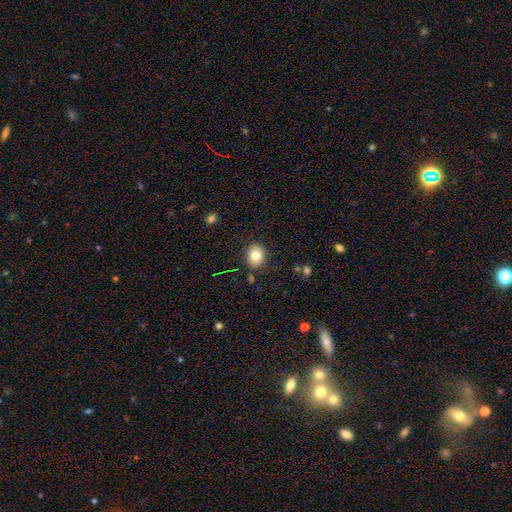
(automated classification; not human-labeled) Overall: smooth (80%). How rounded: round (55%; in between 44%). Merging: none (87%).